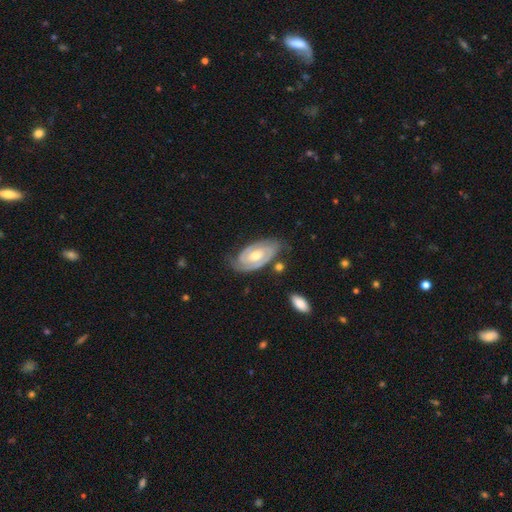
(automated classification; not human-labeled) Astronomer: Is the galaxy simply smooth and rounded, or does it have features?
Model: featured or disk — 87%.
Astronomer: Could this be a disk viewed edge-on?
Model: no — 95%.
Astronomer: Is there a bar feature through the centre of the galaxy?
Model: no — 48% (runner-up: weak, 38%).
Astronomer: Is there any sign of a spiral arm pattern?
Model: yes — 96%.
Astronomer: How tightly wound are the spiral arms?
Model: tight — 75%.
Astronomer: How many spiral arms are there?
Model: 2 — 81%.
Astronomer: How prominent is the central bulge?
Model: moderate — 67%.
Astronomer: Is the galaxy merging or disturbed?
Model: none — 74%.